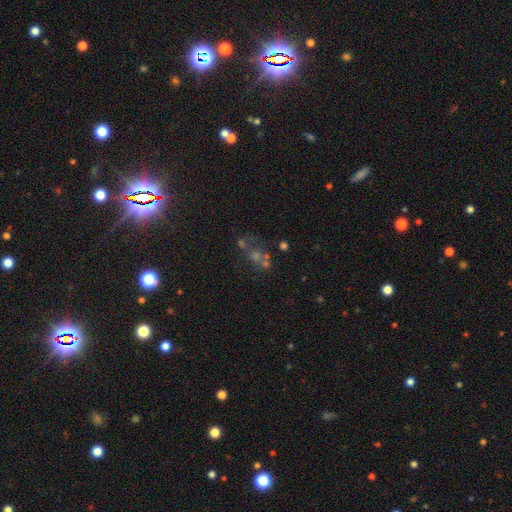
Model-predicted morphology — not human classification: A star or artifact, not a galaxy (43%).

Vote fractions:
- Smooth or featured? star or artifact: 43% / featured or disk: 29% / smooth: 28%